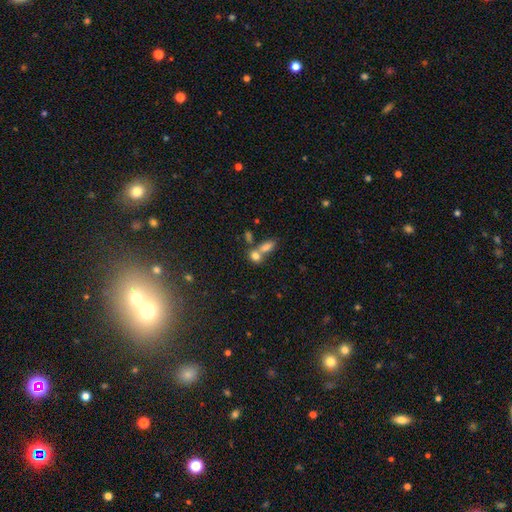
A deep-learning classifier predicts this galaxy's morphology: Smooth or featured? smooth (76%)
How rounded? in between (63%)
Merging? merger (54%)